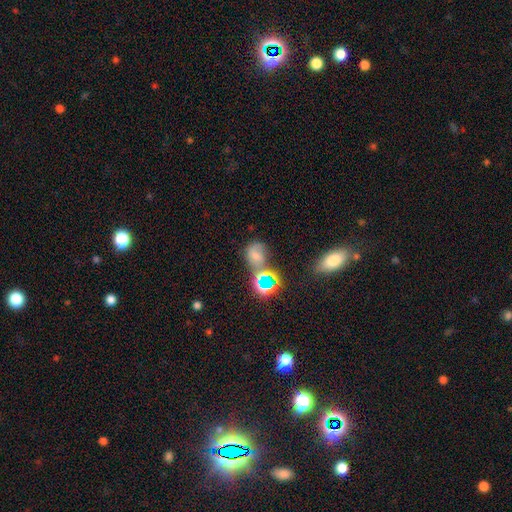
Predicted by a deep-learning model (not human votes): Smooth or featured?
  - smooth: 51% *
  - star or artifact: 31%
  - featured or disk: 17%
How rounded?
  - in between: 52% *
  - round: 46%
  - cigar-shaped: 2%
Merging?
  - none: 43% *
  - merger: 24%
  - minor disturbance: 21%
  - major disturbance: 12%